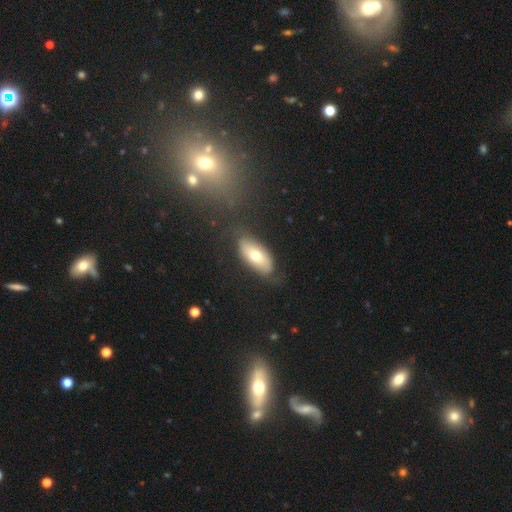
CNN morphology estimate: A smooth galaxy with no disk features (61%) that is in between round and cigar-shaped (87%). Merging: none (71%).